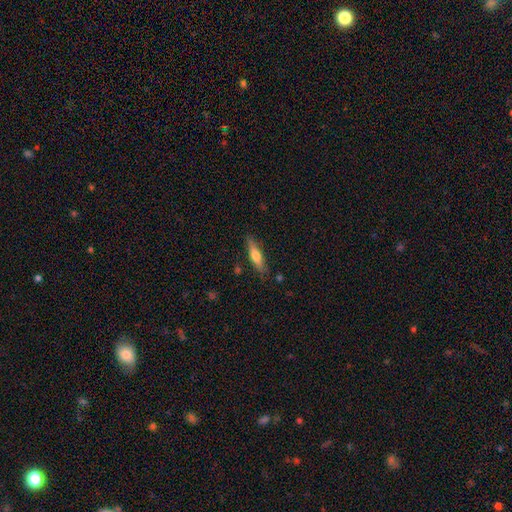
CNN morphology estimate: smooth 50%, featured or disk 44%, star or artifact 6%. Down the decision tree: how rounded — cigar-shaped (78%); merging — none (84%).